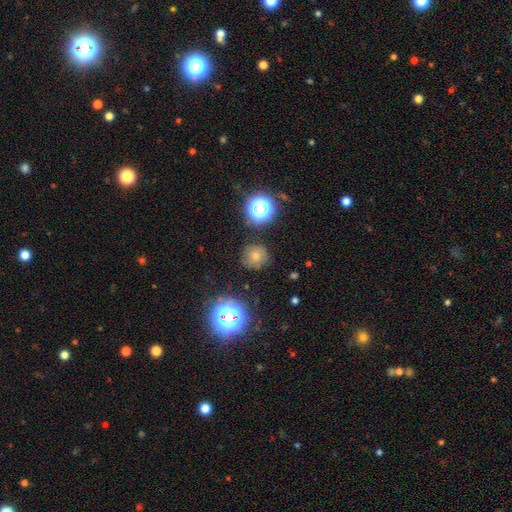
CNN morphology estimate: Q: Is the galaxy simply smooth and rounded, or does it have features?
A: smooth — 46%.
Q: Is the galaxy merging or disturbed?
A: none — 87%.